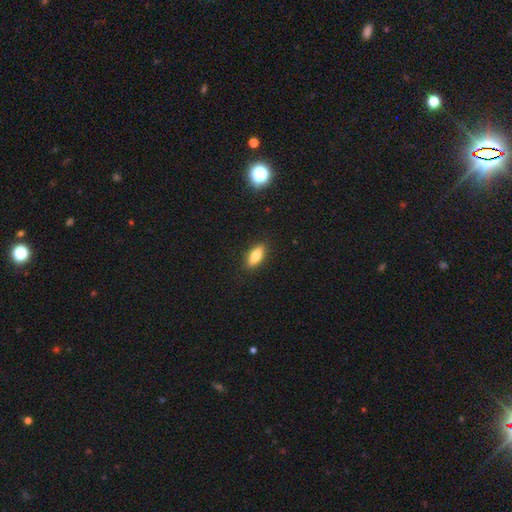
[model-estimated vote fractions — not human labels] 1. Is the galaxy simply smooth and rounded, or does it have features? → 75% smooth, 17% featured or disk, 8% star or artifact.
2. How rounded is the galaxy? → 73% in between, 24% cigar-shaped, 3% round.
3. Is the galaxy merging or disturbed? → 88% none, 9% minor disturbance, 2% major disturbance, 1% merger.